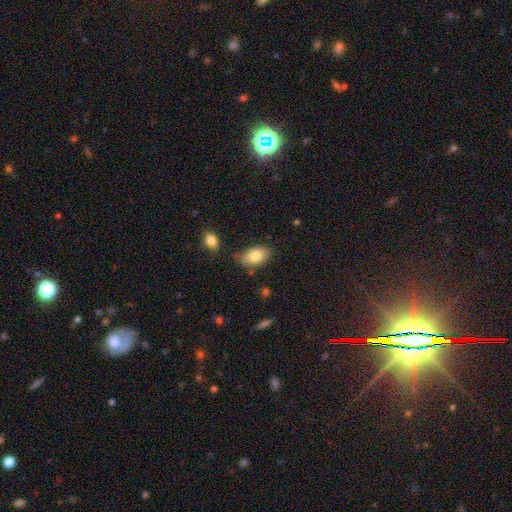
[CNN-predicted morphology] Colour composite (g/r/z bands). It shows a smooth galaxy with no disk features (82%) that is in between round and cigar-shaped (92%). Merging: none (76%).